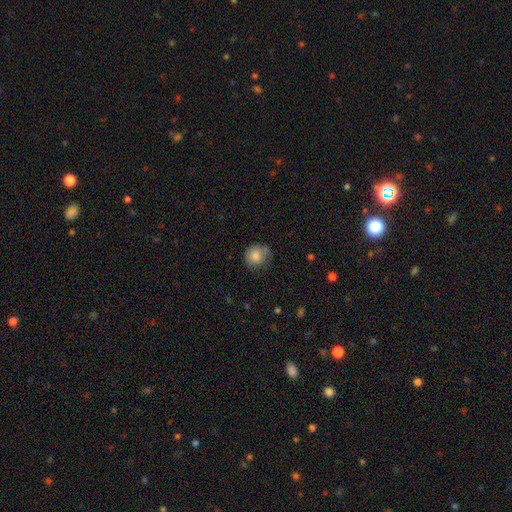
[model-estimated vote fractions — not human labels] The model was most divided on "merging": none: 63%, minor disturbance: 26%, major disturbance: 7%, merger: 4%. More confident: how rounded — round (86%); smooth or featured — smooth (82%).